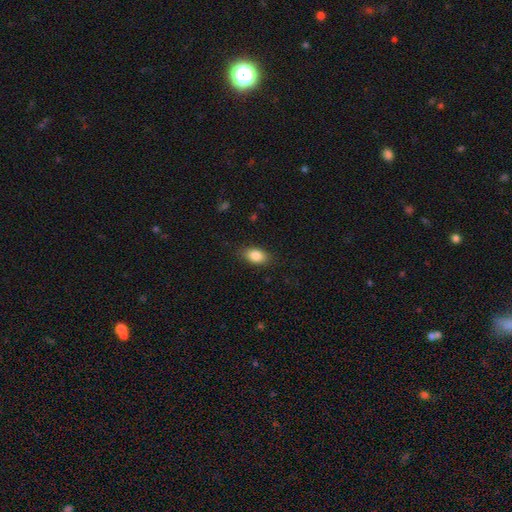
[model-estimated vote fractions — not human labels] The model was most divided on "merging": none: 85%, minor disturbance: 12%, major disturbance: 3%, merger: 1%. More confident: how rounded — in between (88%); smooth or featured — smooth (85%).